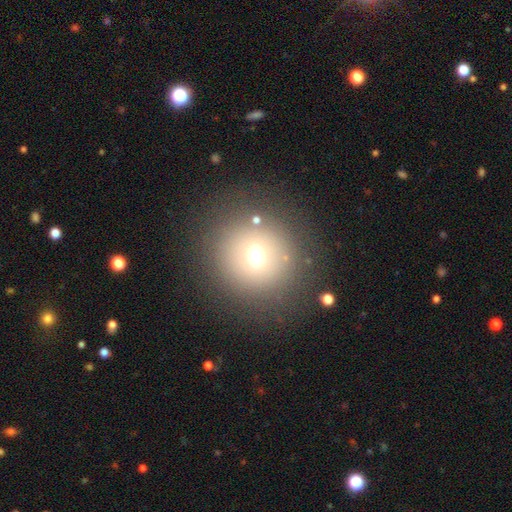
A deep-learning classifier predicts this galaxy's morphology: Smooth or featured? smooth (66%)
How rounded? round (90%)
Merging? none (83%)